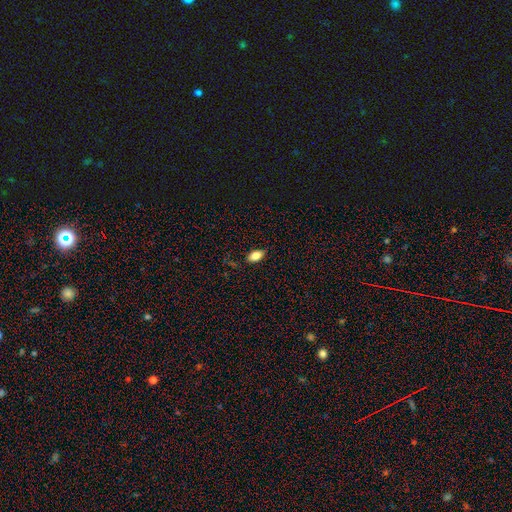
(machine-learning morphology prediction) smooth 80%, featured or disk 11%, star or artifact 9%. Down the decision tree: how rounded — in between (90%); merging — none (85%).